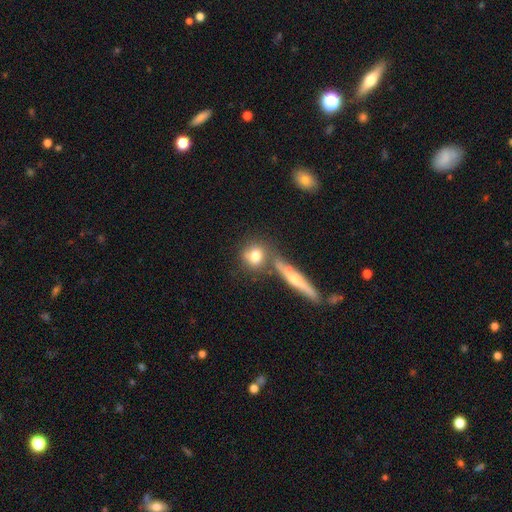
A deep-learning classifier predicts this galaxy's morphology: This is likely a smooth galaxy (71%). How rounded: likely round (73%). Merging: likely none (62%).